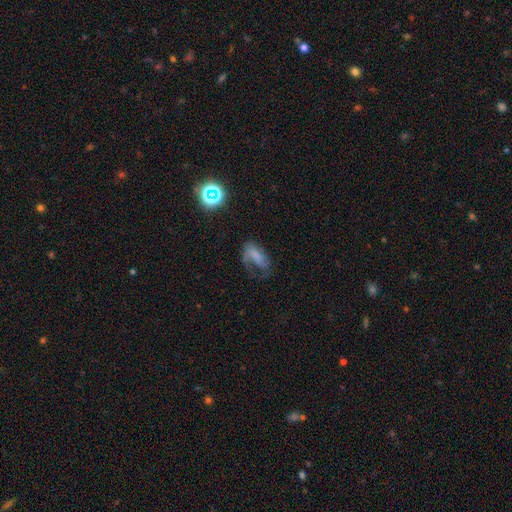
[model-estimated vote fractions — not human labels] A smooth galaxy with no disk features (50%).

Vote fractions:
- Smooth or featured? smooth: 50% / featured or disk: 36% / star or artifact: 14%
- Merging? major disturbance: 44% / none: 30% / minor disturbance: 23% / merger: 3%